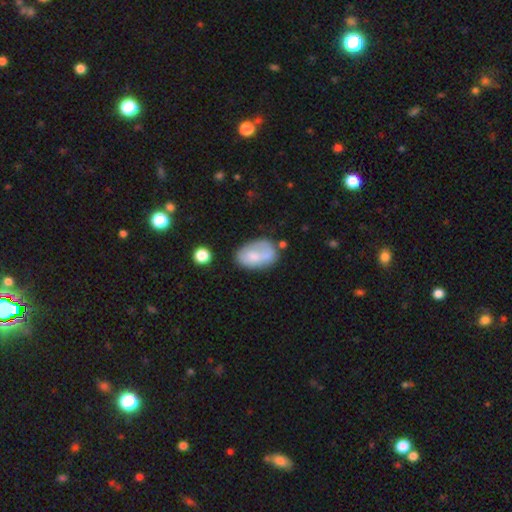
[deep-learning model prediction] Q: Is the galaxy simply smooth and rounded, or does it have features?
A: smooth — 67%.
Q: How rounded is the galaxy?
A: in between — 88%.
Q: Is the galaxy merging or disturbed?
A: none — 49%.